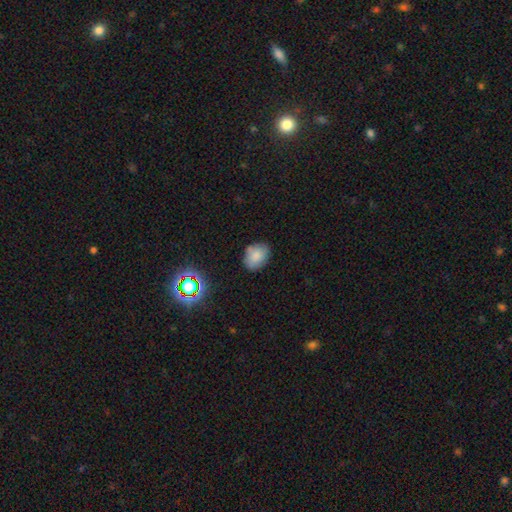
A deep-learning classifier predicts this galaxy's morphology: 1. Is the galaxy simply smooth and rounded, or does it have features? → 81% smooth, 10% star or artifact, 9% featured or disk.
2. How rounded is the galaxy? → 67% in between, 32% round, 1% cigar-shaped.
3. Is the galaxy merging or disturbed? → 76% none, 18% minor disturbance, 4% major disturbance, 2% merger.